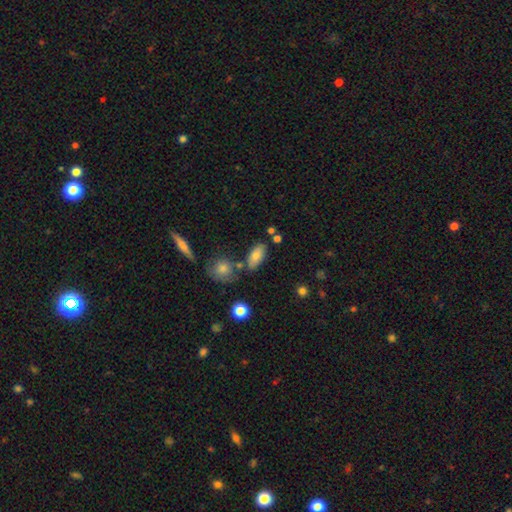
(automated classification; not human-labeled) Q: Smooth or featured?
A: smooth (78%); runner-up: featured or disk (13%)
Q: How rounded?
A: in between (86%); runner-up: cigar-shaped (10%)
Q: Merging?
A: none (71%); runner-up: minor disturbance (15%)